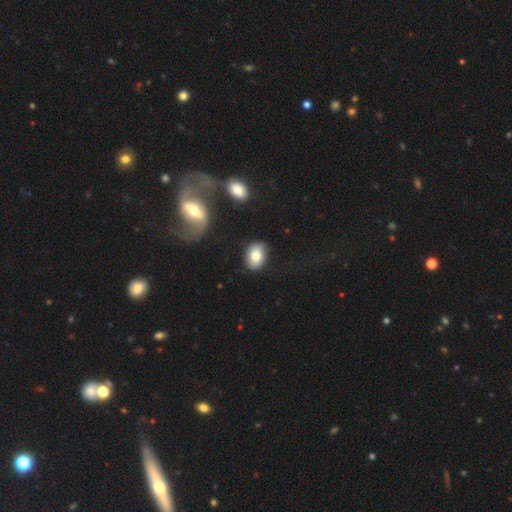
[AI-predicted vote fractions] Overall: smooth (79%). How rounded: in between (75%). Merging: none (81%).